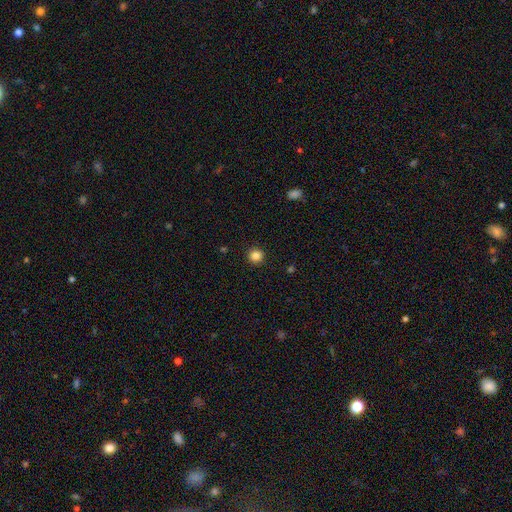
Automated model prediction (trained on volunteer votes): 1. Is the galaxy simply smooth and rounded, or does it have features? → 85% smooth, 12% star or artifact, 3% featured or disk.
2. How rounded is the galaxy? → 95% round, 4% in between, 1% cigar-shaped.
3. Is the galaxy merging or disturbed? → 92% none, 5% minor disturbance, 2% major disturbance, 1% merger.